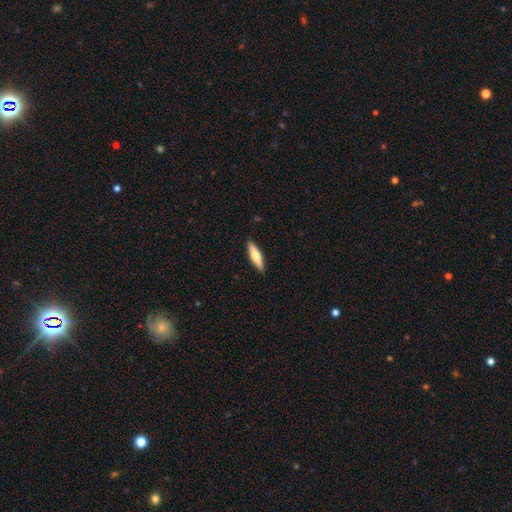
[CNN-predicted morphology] The model was most divided on "smooth or featured": smooth: 61%, featured or disk: 33%, star or artifact: 5%. More confident: merging — none (90%); how rounded — cigar-shaped (71%).